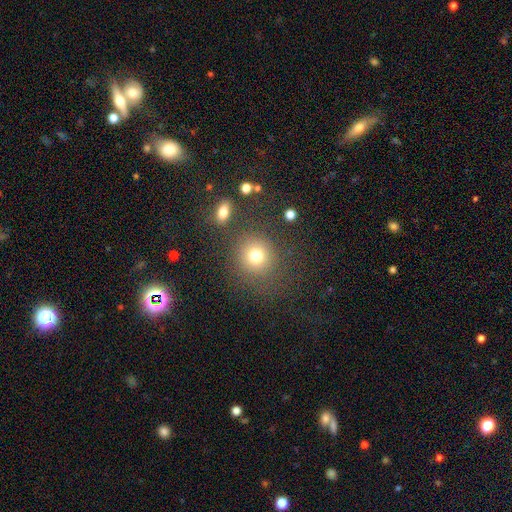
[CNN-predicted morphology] type=smooth (77%); roundness=round (88%); merging=none (79%).